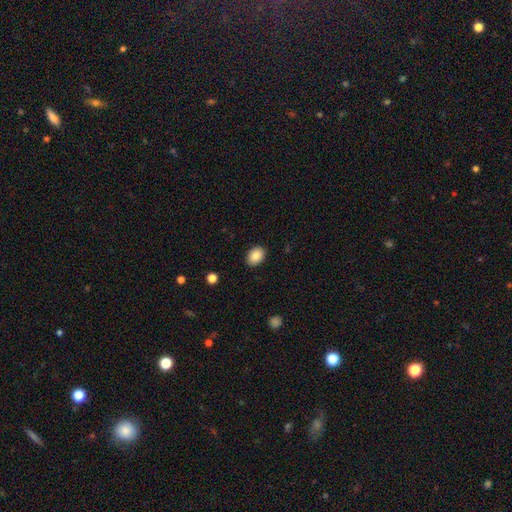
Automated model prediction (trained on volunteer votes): This is clearly a smooth galaxy (88%). How rounded: likely in between (75%). Merging: clearly none (89%).